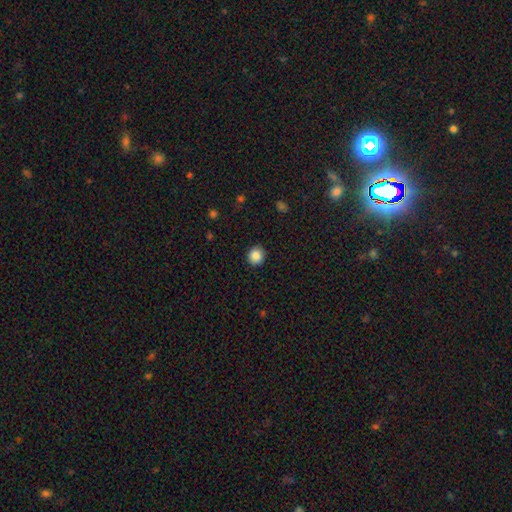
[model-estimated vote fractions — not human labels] Overall: smooth (87%). How rounded: round (88%). Merging: none (90%).